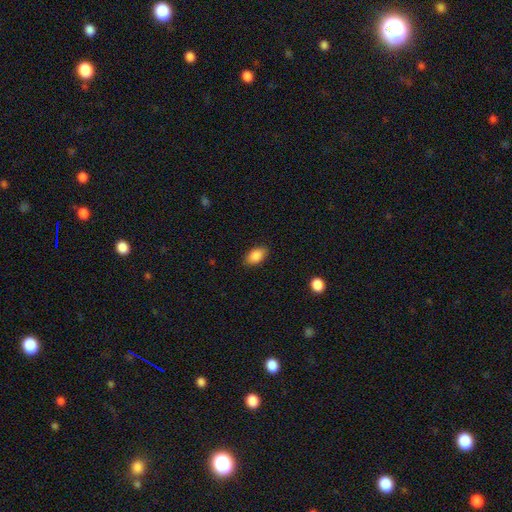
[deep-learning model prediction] Smooth or featured? smooth (88%)
How rounded? in between (91%)
Merging? none (87%)